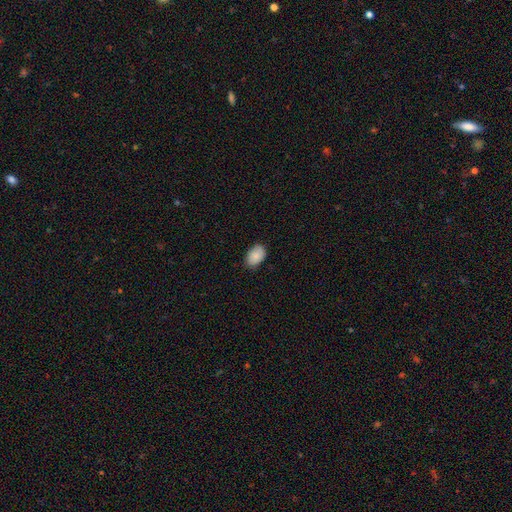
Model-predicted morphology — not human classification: Smooth or featured?
  - smooth: 87% *
  - star or artifact: 7%
  - featured or disk: 6%
How rounded?
  - in between: 86% *
  - round: 13%
  - cigar-shaped: 1%
Merging?
  - none: 78% *
  - minor disturbance: 18%
  - major disturbance: 3%
  - merger: 1%